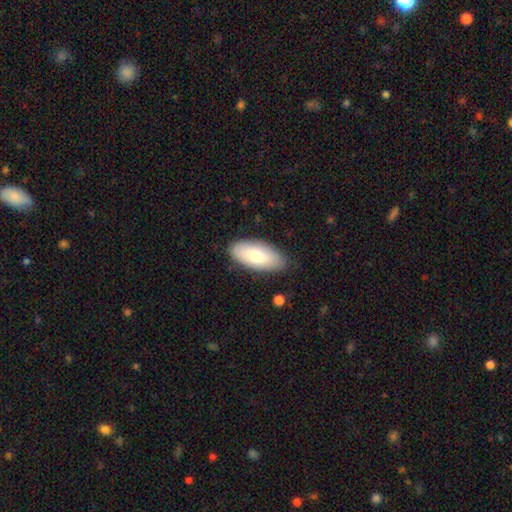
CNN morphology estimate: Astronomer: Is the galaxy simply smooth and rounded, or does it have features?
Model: smooth — 73%.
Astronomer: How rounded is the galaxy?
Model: in between — 91%.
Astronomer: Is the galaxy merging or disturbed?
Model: none — 82%.